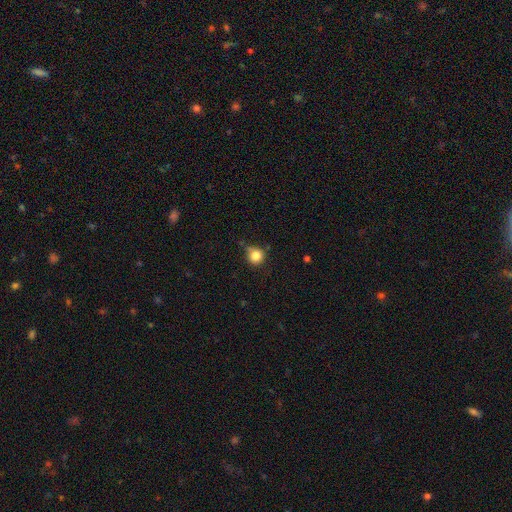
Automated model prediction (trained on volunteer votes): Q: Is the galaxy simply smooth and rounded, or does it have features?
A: smooth — 83%.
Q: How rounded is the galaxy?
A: round — 91%.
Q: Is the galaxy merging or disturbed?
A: none — 62%.